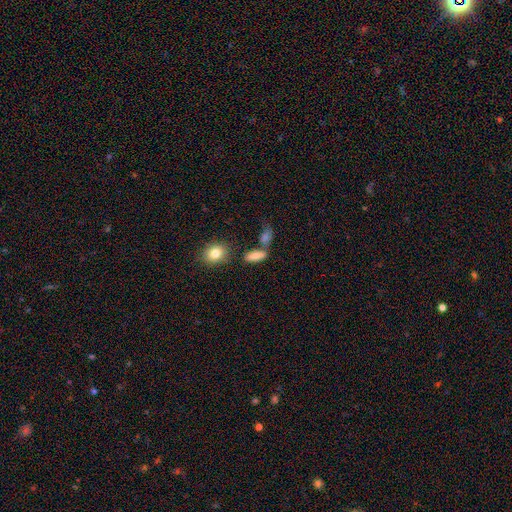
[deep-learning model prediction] smooth_or_featured: smooth (p=0.78) [alt: featured or disk p=0.13]
how_rounded: in between (p=0.64) [alt: cigar-shaped p=0.30]
merging: none (p=0.62) [alt: merger p=0.19]